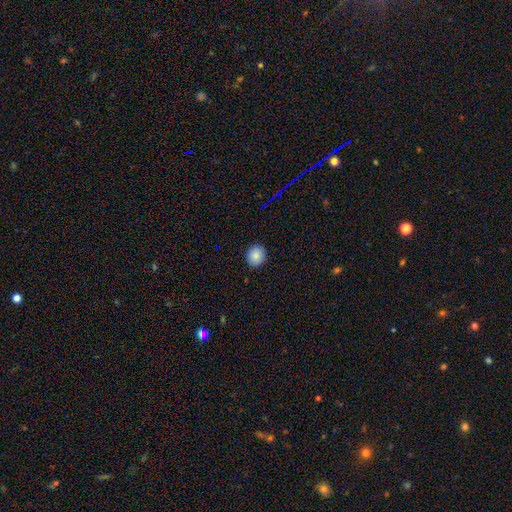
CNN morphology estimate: Q: Smooth or featured?
A: smooth (87%); runner-up: star or artifact (9%)
Q: How rounded?
A: round (83%); runner-up: in between (16%)
Q: Merging?
A: none (91%); runner-up: minor disturbance (6%)